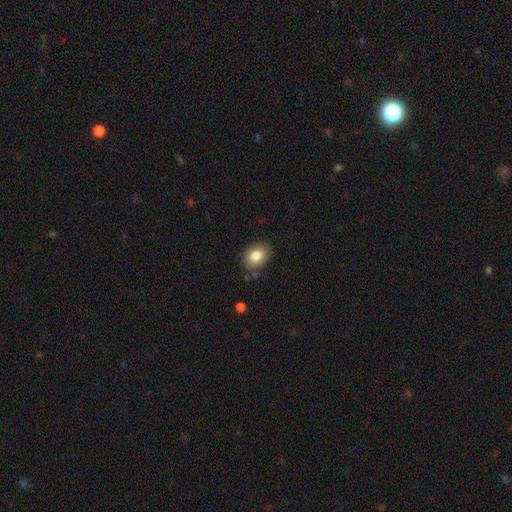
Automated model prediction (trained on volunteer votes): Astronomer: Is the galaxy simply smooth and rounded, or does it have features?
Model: smooth — 83%.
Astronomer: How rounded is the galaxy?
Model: in between — 69%.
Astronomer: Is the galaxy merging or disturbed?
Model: none — 83%.